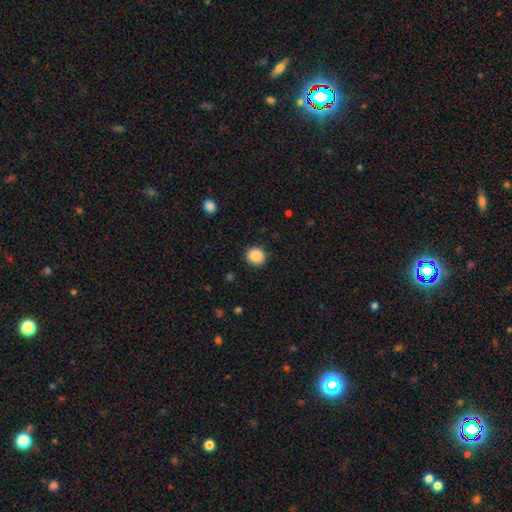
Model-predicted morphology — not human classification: Smooth or featured? smooth (88%)
How rounded? round (90%)
Merging? none (89%)